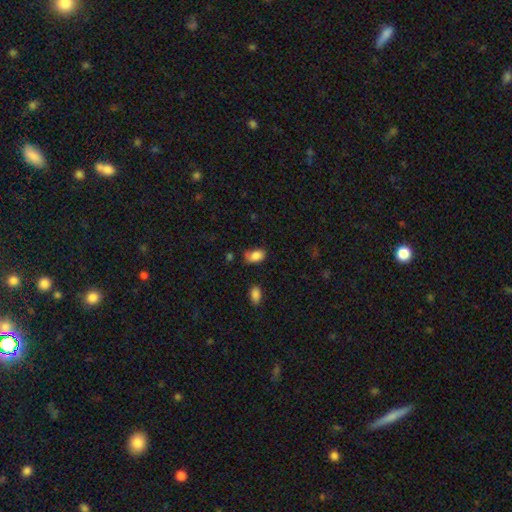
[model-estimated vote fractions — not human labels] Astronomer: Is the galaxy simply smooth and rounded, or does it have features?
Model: smooth — 84%.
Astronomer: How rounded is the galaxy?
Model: in between — 89%.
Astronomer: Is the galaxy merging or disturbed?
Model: none — 52% (runner-up: minor disturbance, 34%).